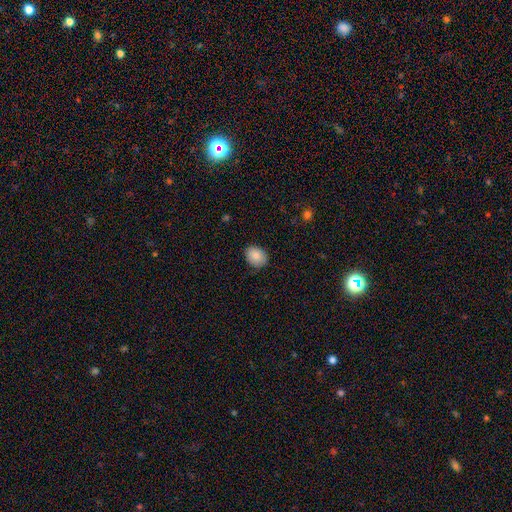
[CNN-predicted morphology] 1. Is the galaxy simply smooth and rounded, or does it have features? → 87% smooth, 7% star or artifact, 6% featured or disk.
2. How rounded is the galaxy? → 63% in between, 36% round, 1% cigar-shaped.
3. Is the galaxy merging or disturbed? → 83% none, 14% minor disturbance, 3% major disturbance, 1% merger.